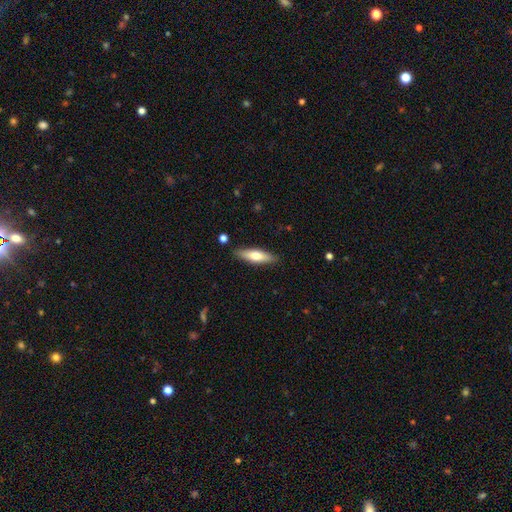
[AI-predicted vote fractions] Smooth or featured?
  - smooth: 66% *
  - featured or disk: 29%
  - star or artifact: 6%
How rounded?
  - cigar-shaped: 62% *
  - in between: 37%
  - round: 2%
Merging?
  - none: 87% *
  - minor disturbance: 10%
  - major disturbance: 2%
  - merger: 2%